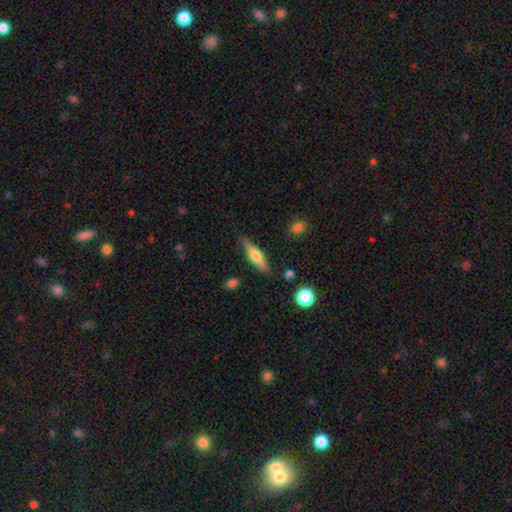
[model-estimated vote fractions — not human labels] featured or disk 66%, smooth 27%, star or artifact 7%. Down the decision tree: edge-on disk — yes (96%); edge-on bulge — rounded (90%); merging — none (85%).